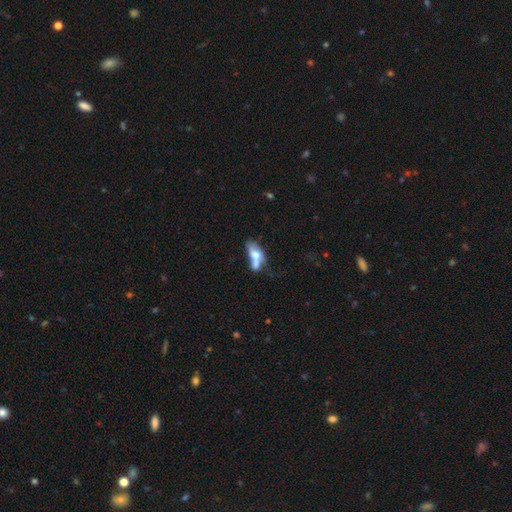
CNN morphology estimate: smooth_or_featured: smooth (p=0.56) [alt: featured or disk p=0.35]
how_rounded: in between (p=0.76) [alt: cigar-shaped p=0.16]
merging: merger (p=0.53) [alt: none p=0.19]